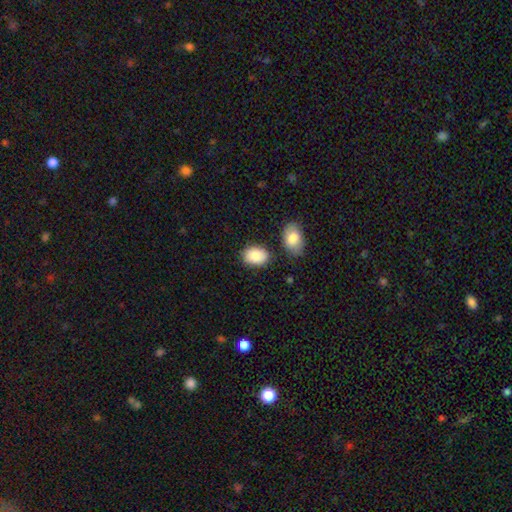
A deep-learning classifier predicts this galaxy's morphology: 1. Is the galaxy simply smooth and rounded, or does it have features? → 86% smooth, 7% featured or disk, 7% star or artifact.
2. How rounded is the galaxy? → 82% in between, 17% round, 1% cigar-shaped.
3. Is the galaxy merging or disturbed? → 75% none, 13% minor disturbance, 8% merger, 3% major disturbance.